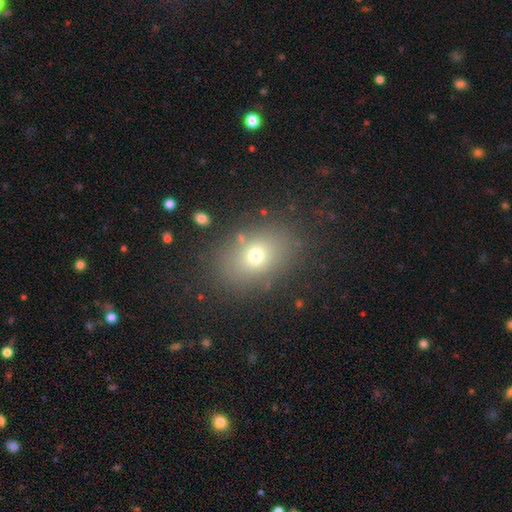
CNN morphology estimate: smooth-or-featured: smooth: 70% | star or artifact: 15% | featured or disk: 14%
  how-rounded: in between: 71% | round: 28% | cigar-shaped: 1%
  merging: none: 82% | minor disturbance: 10% | major disturbance: 5% | merger: 3%